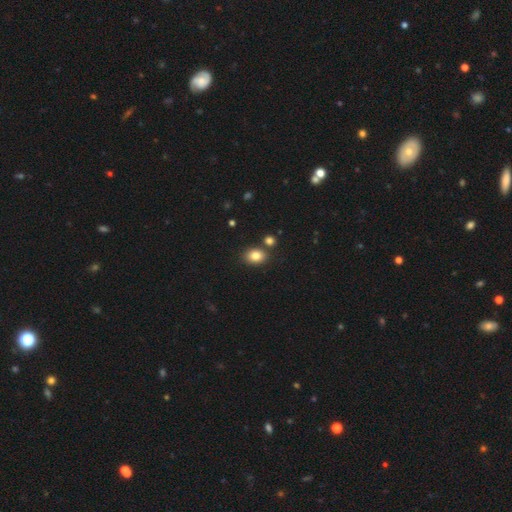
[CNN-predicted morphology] smooth 83%, star or artifact 10%, featured or disk 7%. Down the decision tree: how rounded — in between (65%); merging — none (76%).